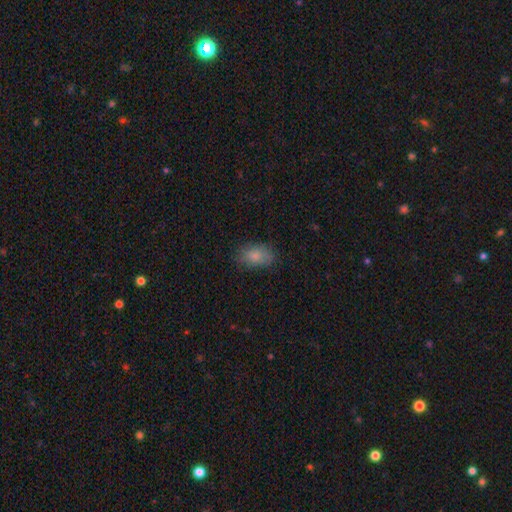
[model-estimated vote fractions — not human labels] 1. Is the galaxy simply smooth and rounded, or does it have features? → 82% smooth, 10% featured or disk, 8% star or artifact.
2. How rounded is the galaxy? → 88% in between, 10% round, 2% cigar-shaped.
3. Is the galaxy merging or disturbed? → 76% none, 18% minor disturbance, 5% major disturbance, 1% merger.